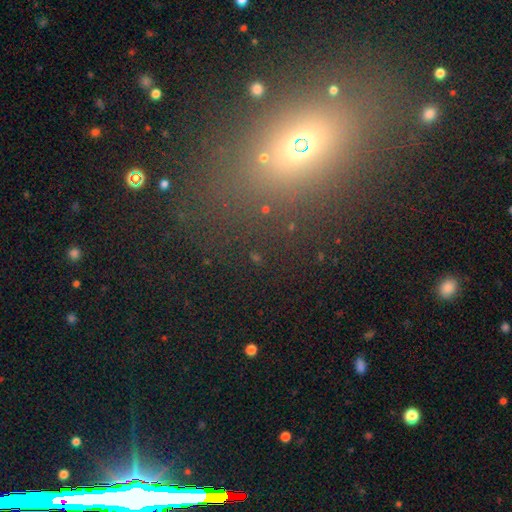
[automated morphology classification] The model was most divided on "smooth or featured": star or artifact: 53%, smooth: 33%, featured or disk: 14%.